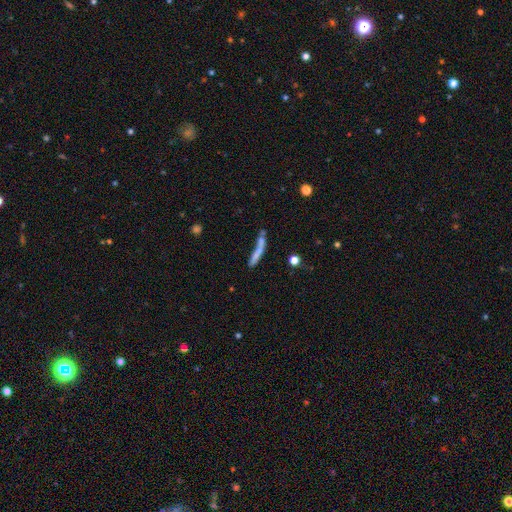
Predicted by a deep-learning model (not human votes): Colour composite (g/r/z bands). It shows a smooth galaxy with no disk features (55%) that is cigar-shaped (88%). Merging: none (54%).